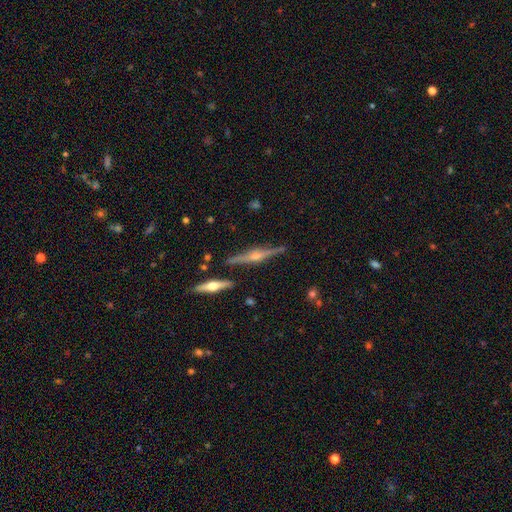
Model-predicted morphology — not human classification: A featured or disk galaxy (85%) viewed edge-on (98%) with a rounded central bulge (91%). Merging: none (85%).